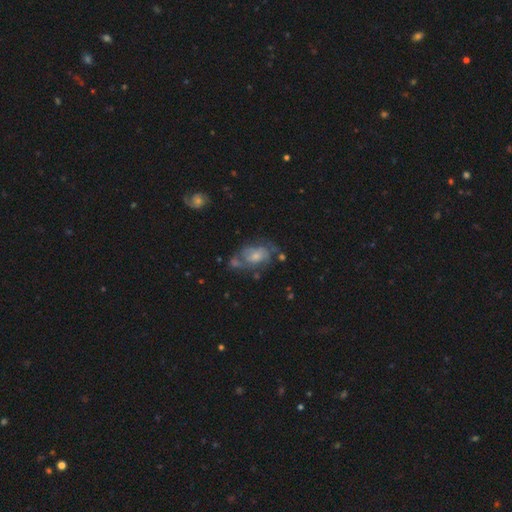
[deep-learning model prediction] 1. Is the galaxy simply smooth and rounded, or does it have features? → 65% featured or disk, 26% smooth, 8% star or artifact.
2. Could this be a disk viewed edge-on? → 96% no, 4% yes.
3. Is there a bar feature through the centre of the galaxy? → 68% no, 27% weak, 5% strong.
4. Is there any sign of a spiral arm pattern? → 75% yes, 25% no.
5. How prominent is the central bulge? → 47% small, 39% moderate, 6% large, 6% none, 2% dominant.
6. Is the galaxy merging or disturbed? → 47% none, 24% minor disturbance, 20% major disturbance, 9% merger.